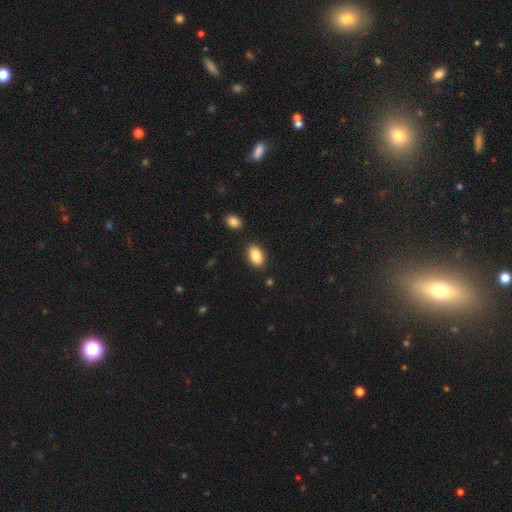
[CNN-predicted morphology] The model was most divided on "merging": none: 85%, minor disturbance: 10%, merger: 3%, major disturbance: 2%. More confident: how rounded — in between (91%); smooth or featured — smooth (87%).